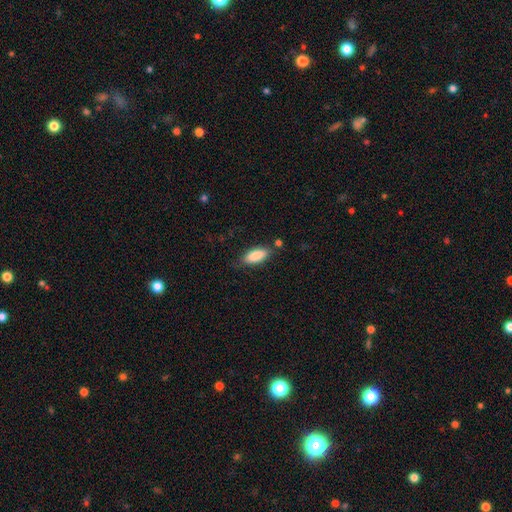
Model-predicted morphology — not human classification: This is clearly a smooth galaxy (86%). How rounded: likely in between (79%). Merging: likely none (73%).